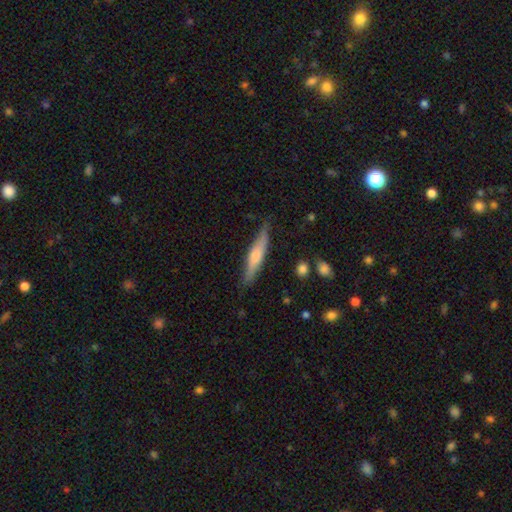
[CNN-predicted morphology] Overall: smooth (53%; featured or disk 42%). How rounded: cigar-shaped (85%). Merging: none (79%).